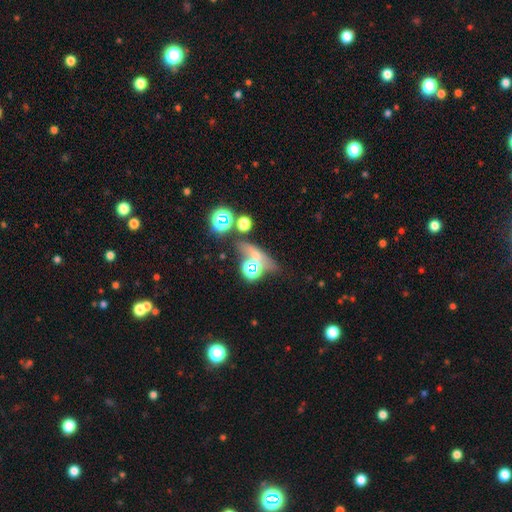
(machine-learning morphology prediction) Q: Smooth or featured?
A: star or artifact (45%); runner-up: smooth (33%)